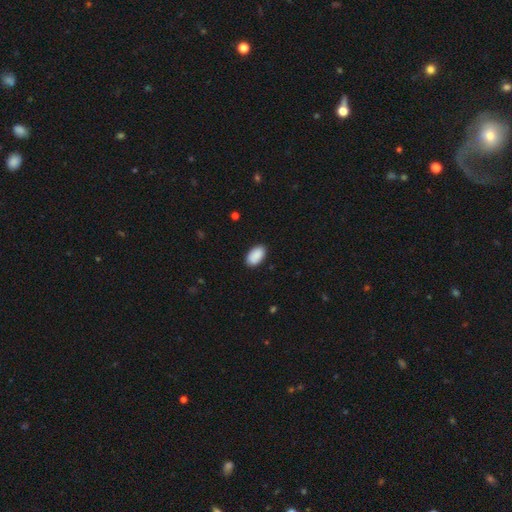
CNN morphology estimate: This is clearly a smooth galaxy (91%). How rounded: clearly in between (95%). Merging: clearly none (88%).